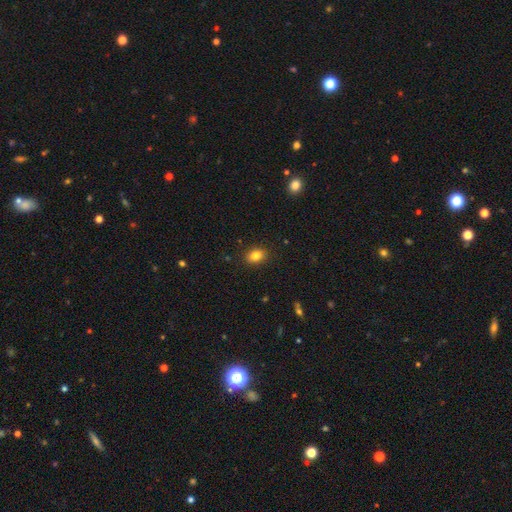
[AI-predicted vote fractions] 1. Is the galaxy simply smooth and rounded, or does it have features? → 83% smooth, 10% star or artifact, 7% featured or disk.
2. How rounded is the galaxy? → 69% in between, 30% round, 1% cigar-shaped.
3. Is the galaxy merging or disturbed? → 89% none, 8% minor disturbance, 2% major disturbance, 1% merger.